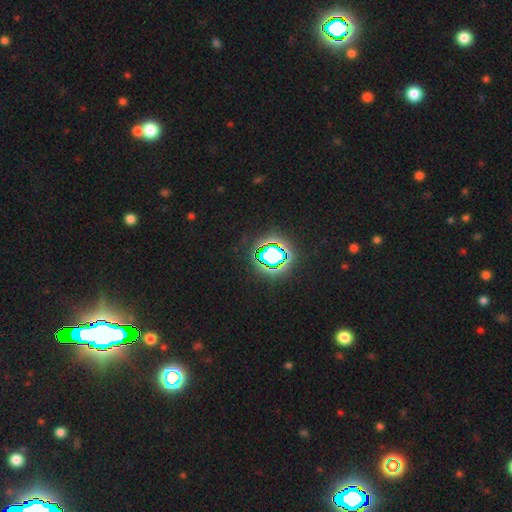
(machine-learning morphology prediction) Overall: star or artifact (82%).